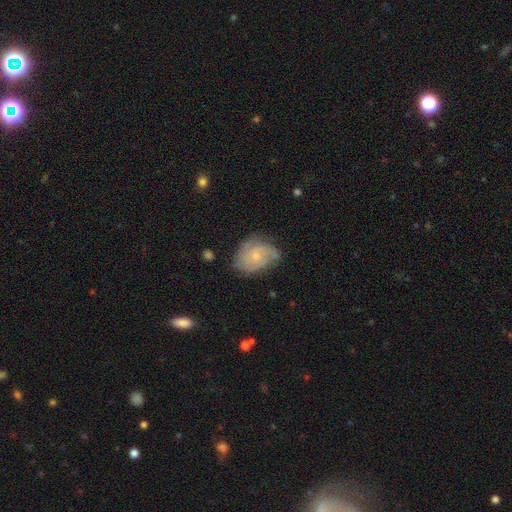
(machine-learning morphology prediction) featured or disk 61%, smooth 32%, star or artifact 7%. Down the decision tree: edge-on disk — no (97%); bar — no (77%); spiral arms — yes (87%); spiral arm count — can't tell (34%); spiral winding — tight (47%); bulge size — small (69%); merging — none (60%).